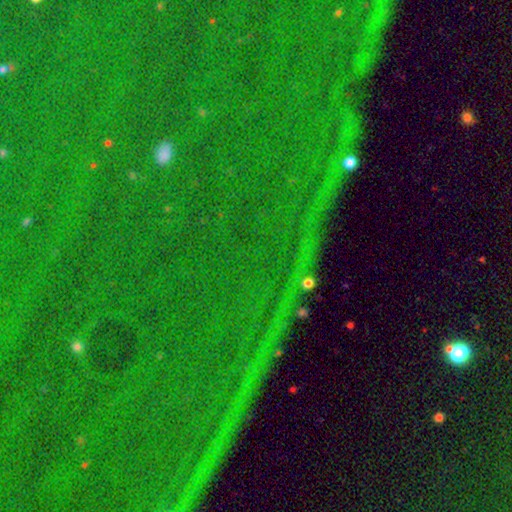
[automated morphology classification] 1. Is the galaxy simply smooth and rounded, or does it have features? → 83% star or artifact, 9% featured or disk, 8% smooth.